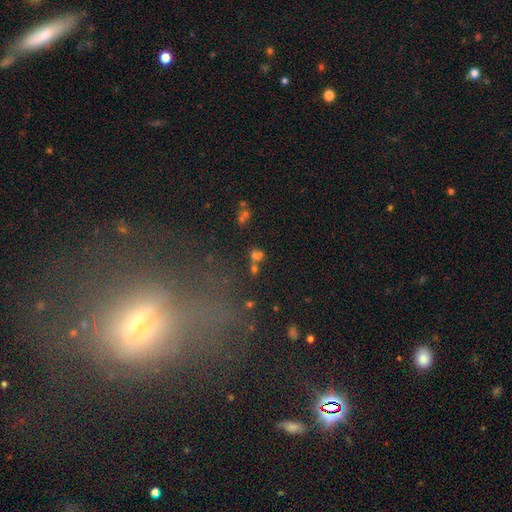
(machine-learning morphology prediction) Q: Smooth or featured?
A: smooth (57%); runner-up: star or artifact (28%)
Q: How rounded?
A: round (70%); runner-up: in between (27%)
Q: Merging?
A: none (44%); runner-up: merger (39%)